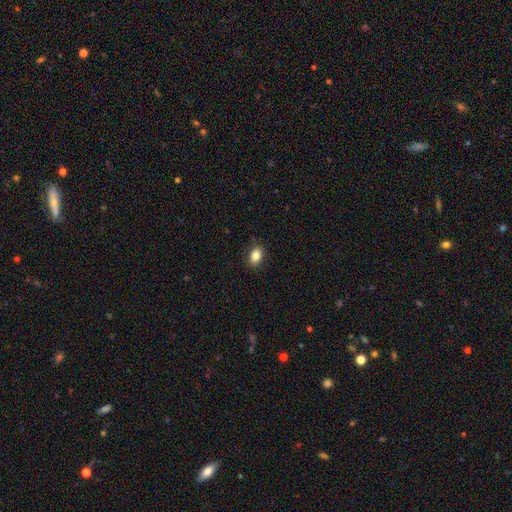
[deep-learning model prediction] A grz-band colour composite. It shows a smooth galaxy with no disk features (85%) that is in between round and cigar-shaped (82%). Merging: none (86%).